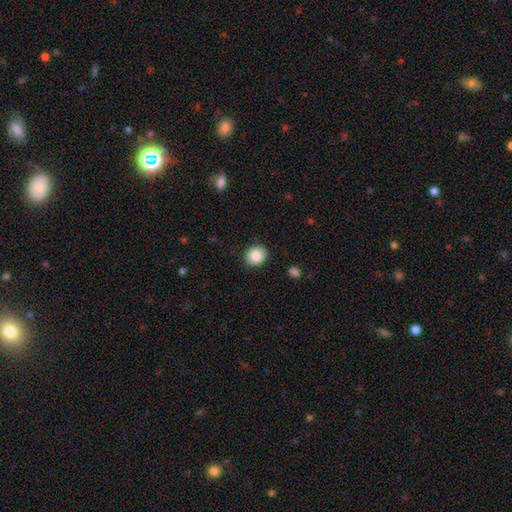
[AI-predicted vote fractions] This appears to be a smooth galaxy with no disk features (84%) that is round (74%). Merging: none (89%).